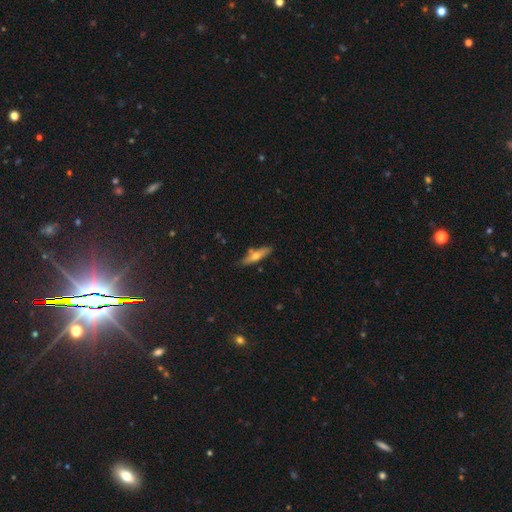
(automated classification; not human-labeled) Smooth or featured?
  - smooth: 52% *
  - featured or disk: 41%
  - star or artifact: 7%
How rounded?
  - cigar-shaped: 72% *
  - in between: 25%
  - round: 2%
Merging?
  - none: 79% *
  - minor disturbance: 13%
  - merger: 5%
  - major disturbance: 2%